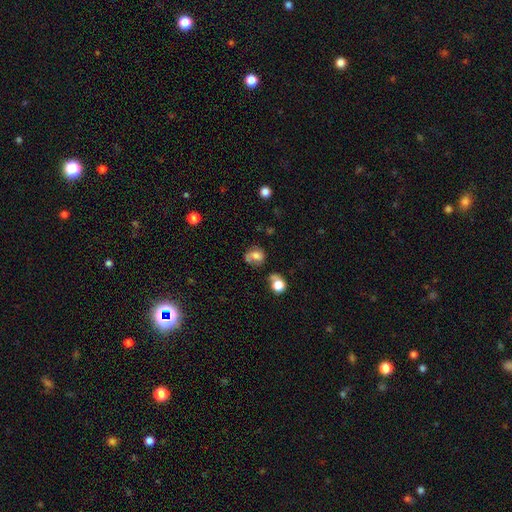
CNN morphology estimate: smooth_or_featured: smooth (p=0.58) [alt: featured or disk p=0.29]
how_rounded: round (p=0.56) [alt: in between p=0.42]
merging: none (p=0.45) [alt: minor disturbance p=0.24]